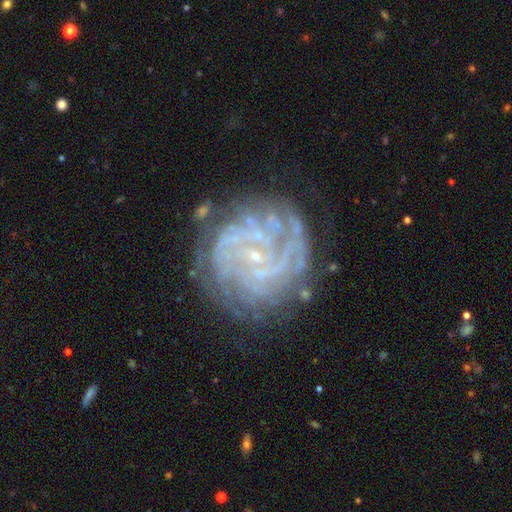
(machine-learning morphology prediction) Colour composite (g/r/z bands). It shows a featured or disk galaxy (84%) with no bar (63%), tight (73%) spiral arms (95%) and a small central bulge (86%). Merging: none (73%).